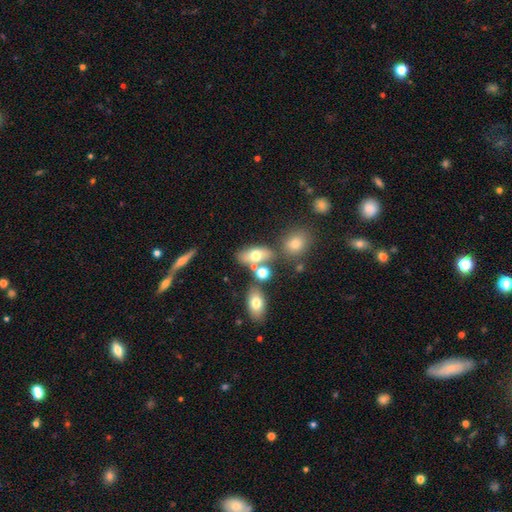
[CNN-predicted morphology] Smooth or featured? Predicted: smooth (p=0.66). How rounded? Predicted: in between (p=0.79). Merging? Predicted: none (p=0.58).